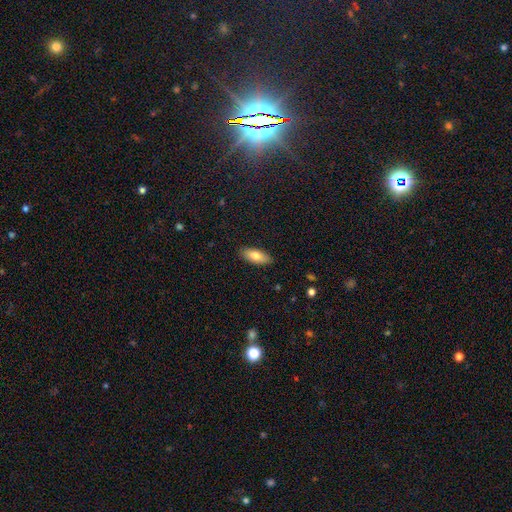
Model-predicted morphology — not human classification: The model was most divided on "smooth or featured": smooth: 76%, featured or disk: 18%, star or artifact: 6%. More confident: merging — none (88%); how rounded — in between (82%).